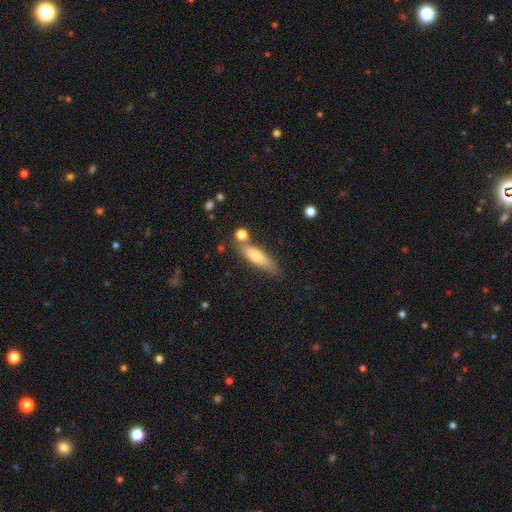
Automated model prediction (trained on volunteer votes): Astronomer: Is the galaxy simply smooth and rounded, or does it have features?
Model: smooth — 68%.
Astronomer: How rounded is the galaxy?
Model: cigar-shaped — 69%.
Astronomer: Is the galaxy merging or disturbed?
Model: none — 70%.